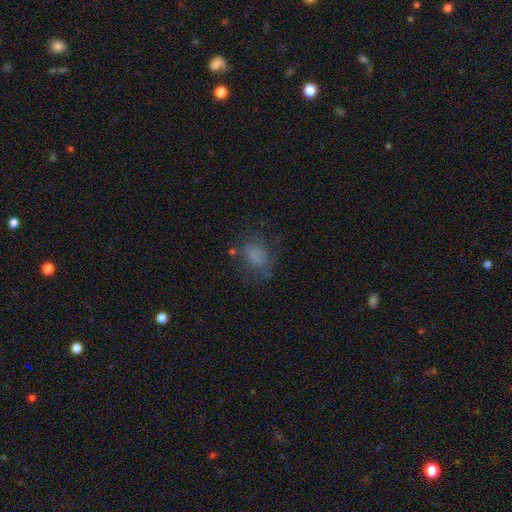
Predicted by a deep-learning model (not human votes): Morphology: type=smooth (73%); roundness=in between (67%); merging=none (61%).